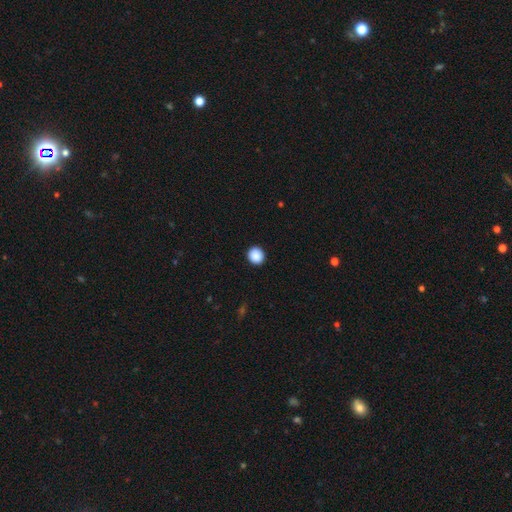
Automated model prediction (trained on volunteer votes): The model was most divided on "how rounded": round: 85%, in between: 14%, cigar-shaped: 1%. More confident: merging — none (92%); smooth or featured — smooth (89%).